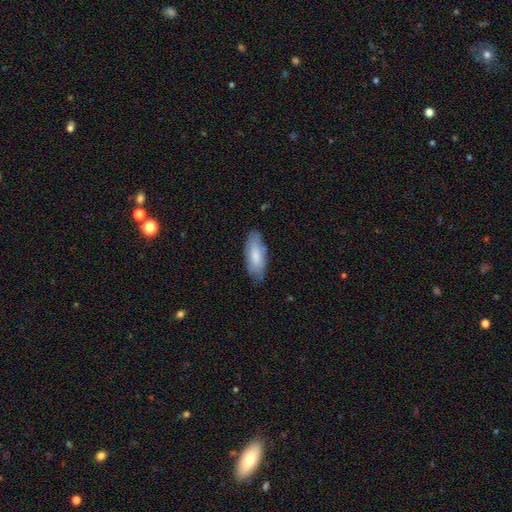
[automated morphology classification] Smooth or featured?
  - smooth: 76% *
  - featured or disk: 18%
  - star or artifact: 6%
How rounded?
  - in between: 78% *
  - cigar-shaped: 20%
  - round: 2%
Merging?
  - none: 75% *
  - minor disturbance: 20%
  - major disturbance: 4%
  - merger: 2%